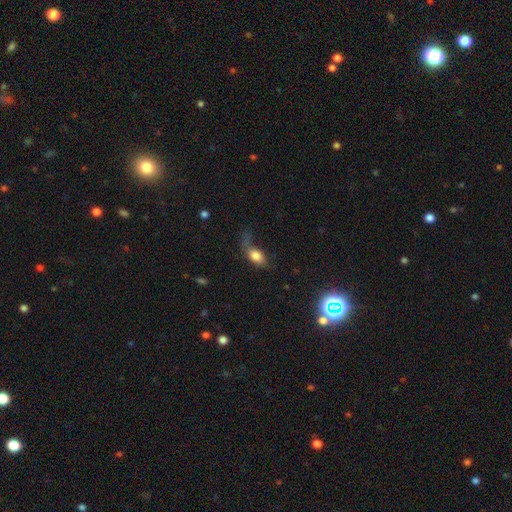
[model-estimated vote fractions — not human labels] Smooth or featured? smooth (75%)
How rounded? in between (81%)
Merging? major disturbance (44%)